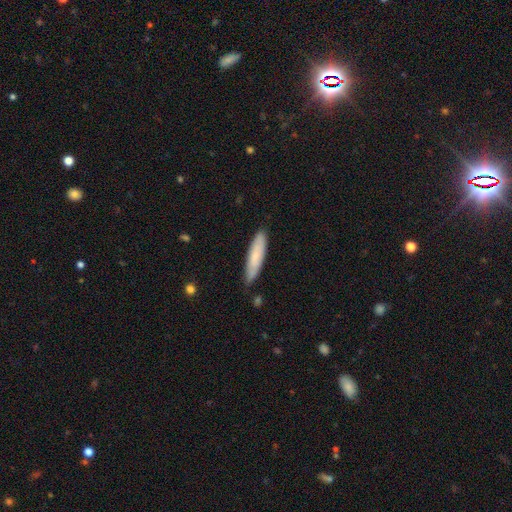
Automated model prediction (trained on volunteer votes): Smooth or featured? Predicted: smooth (p=0.72). How rounded? Predicted: cigar-shaped (p=0.78). Merging? Predicted: none (p=0.82).